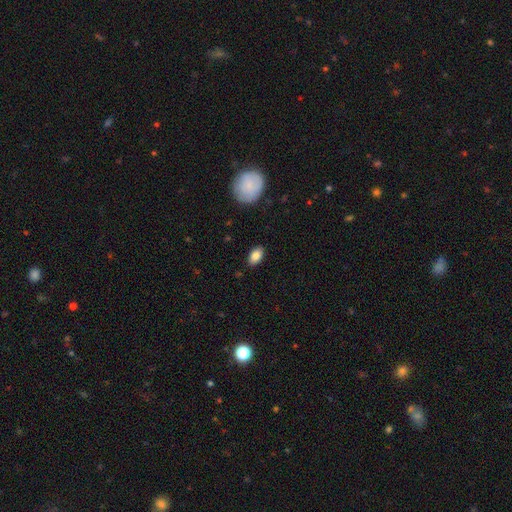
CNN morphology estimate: Smooth or featured? smooth (86%)
How rounded? in between (91%)
Merging? none (86%)